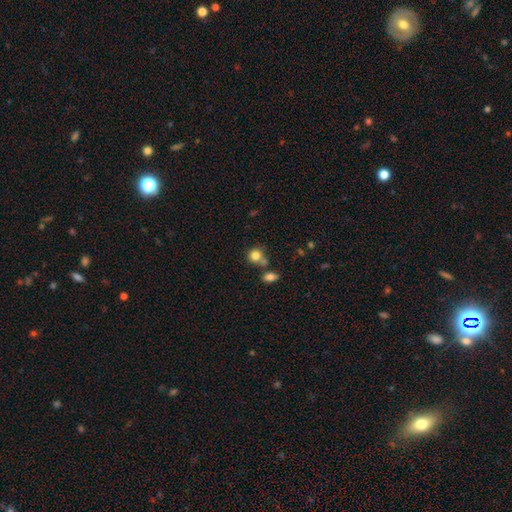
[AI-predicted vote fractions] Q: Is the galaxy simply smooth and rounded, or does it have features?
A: smooth — 82%.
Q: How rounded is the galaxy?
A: round — 79%.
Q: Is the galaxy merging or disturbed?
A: none — 55%.